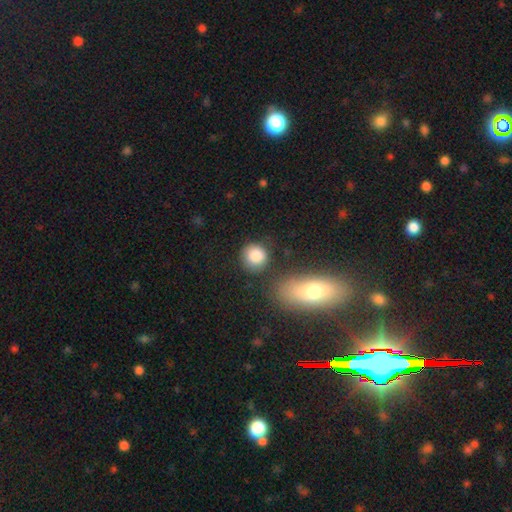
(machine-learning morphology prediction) type=smooth (87%); roundness=round (87%); merging=none (73%).